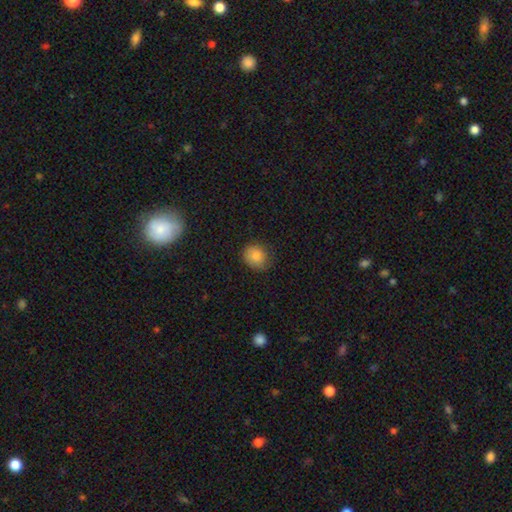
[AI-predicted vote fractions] A smooth galaxy with no disk features (84%) that is round (74%).

Vote fractions:
- Smooth or featured? smooth: 84% / star or artifact: 9% / featured or disk: 7%
- How rounded? round: 74% / in between: 26% / cigar-shaped: 1%
- Merging? none: 76% / minor disturbance: 19% / major disturbance: 4% / merger: 1%